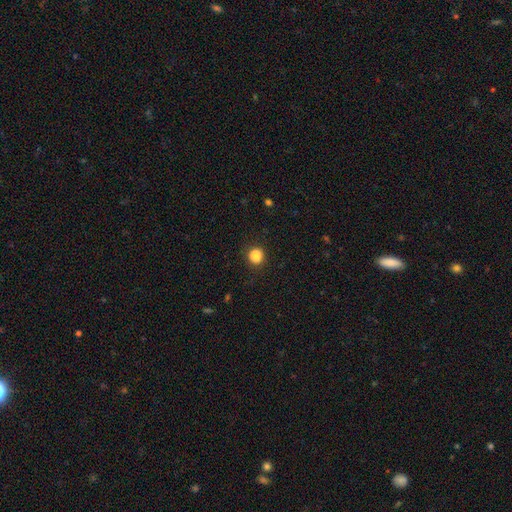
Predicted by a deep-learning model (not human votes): Morphology: type=smooth (85%); roundness=round (82%); merging=none (81%).